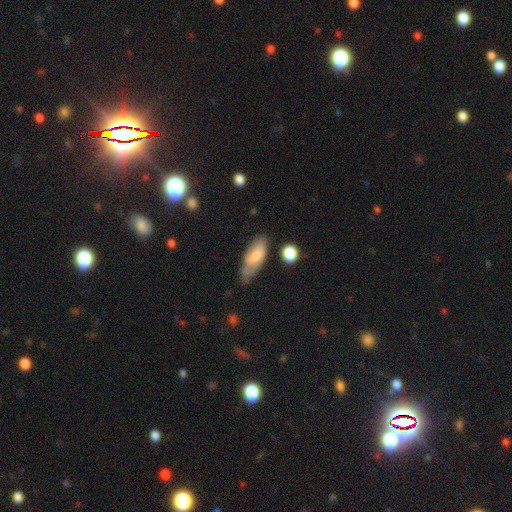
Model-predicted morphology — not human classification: Overall: smooth (70%). How rounded: in between (76%). Merging: none (45%; minor disturbance 37%).